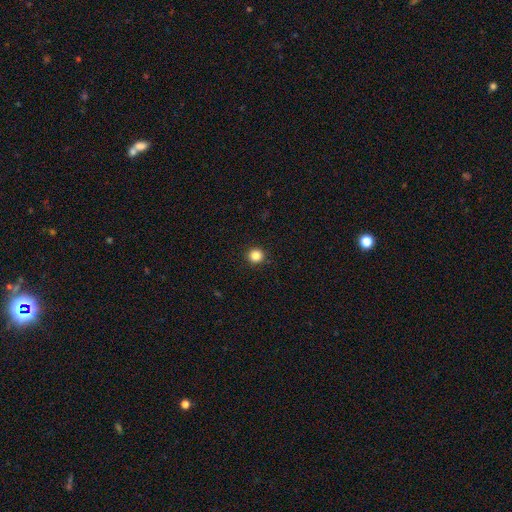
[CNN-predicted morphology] This appears to be a smooth galaxy with no disk features (85%) that is round (94%). Merging: none (93%).